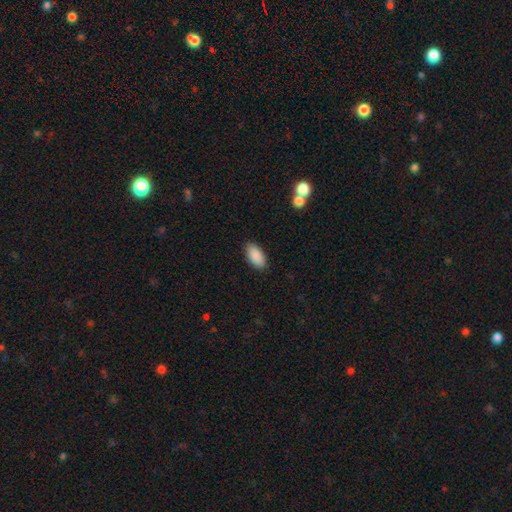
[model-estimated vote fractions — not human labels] Smooth or featured? Predicted: smooth (p=0.90). How rounded? Predicted: in between (p=0.94). Merging? Predicted: none (p=0.88).